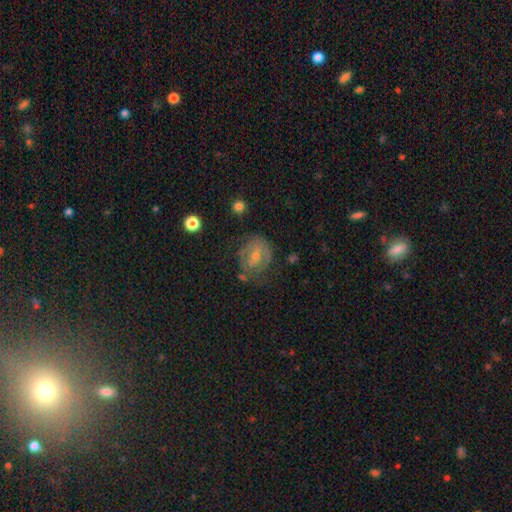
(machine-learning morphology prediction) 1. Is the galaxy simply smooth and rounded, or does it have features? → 56% featured or disk, 31% smooth, 14% star or artifact.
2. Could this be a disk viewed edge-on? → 96% no, 4% yes.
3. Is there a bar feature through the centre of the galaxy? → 45% no, 42% weak, 13% strong.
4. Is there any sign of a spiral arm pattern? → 63% yes, 37% no.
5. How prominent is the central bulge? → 56% small, 38% moderate, 3% none, 2% large, 1% dominant.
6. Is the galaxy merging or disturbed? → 62% none, 22% minor disturbance, 12% major disturbance, 3% merger.